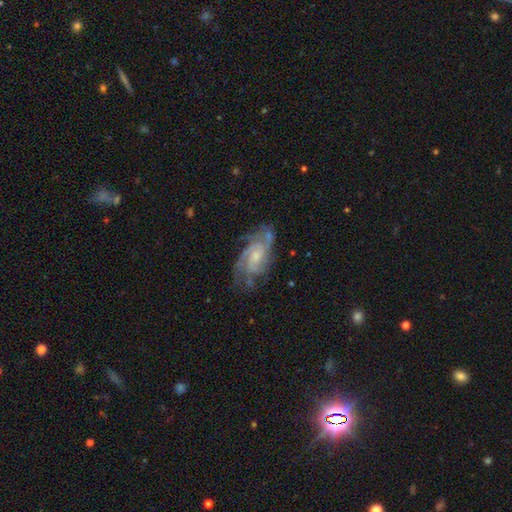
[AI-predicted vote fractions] Overall: featured or disk (86%). Edge-on disk: no (96%). Bar: no (60%; weak 34%). Spiral arms: yes (96%). Spiral arm count: 3 (30%; can't tell 22%). Spiral winding: tight (51%; medium 40%). Bulge size: small (48%; moderate 39%). Merging: none (67%).